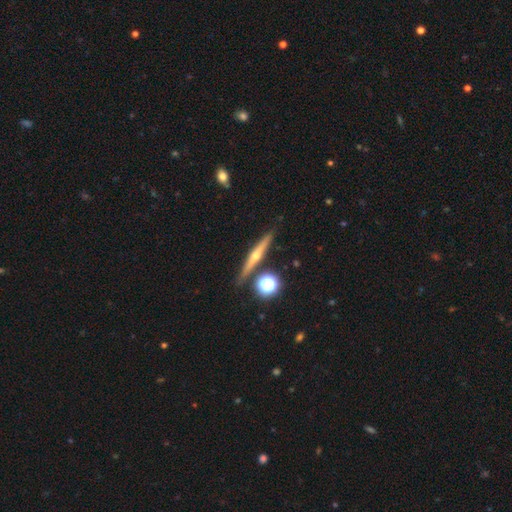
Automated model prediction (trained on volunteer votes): A featured or disk galaxy (69%) viewed edge-on (96%) with a rounded central bulge (87%).

Vote fractions:
- Smooth or featured? featured or disk: 69% / smooth: 22% / star or artifact: 9%
- Edge-on disk? yes: 96% / no: 4%
- Edge-on bulge? rounded: 87% / none: 10% / boxy: 3%
- Merging? none: 86% / minor disturbance: 8% / merger: 4% / major disturbance: 2%